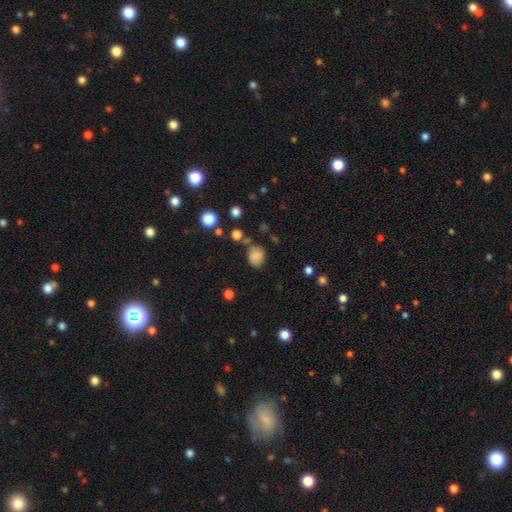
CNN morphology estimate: The model was most divided on "how rounded": round: 58%, in between: 41%, cigar-shaped: 1%. More confident: smooth or featured — smooth (84%); merging — none (70%).